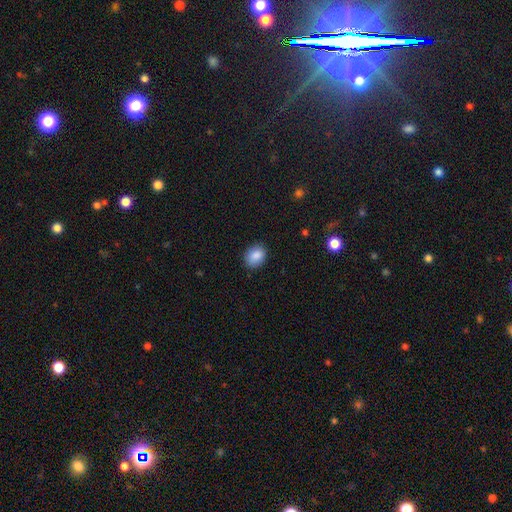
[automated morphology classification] The model was most divided on "how rounded": in between: 58%, round: 41%, cigar-shaped: 1%. More confident: smooth or featured — smooth (87%); merging — none (85%).